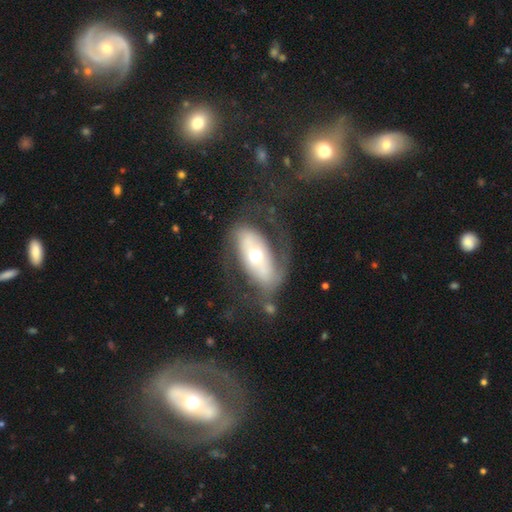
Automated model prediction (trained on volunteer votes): A featured or disk galaxy (68%) with no bar (45%), spiral arms (66%) and a moderate central bulge (69%).

Vote fractions:
- Smooth or featured? featured or disk: 68% / smooth: 26% / star or artifact: 6%
- Edge-on disk? no: 91% / yes: 9%
- Bar? no: 45% / strong: 33% / weak: 23%
- Spiral arms? yes: 66% / no: 34%
- Bulge size? moderate: 69% / small: 14% / large: 13% / dominant: 2% / none: 1%
- Merging? none: 57% / major disturbance: 22% / minor disturbance: 18% / merger: 3%